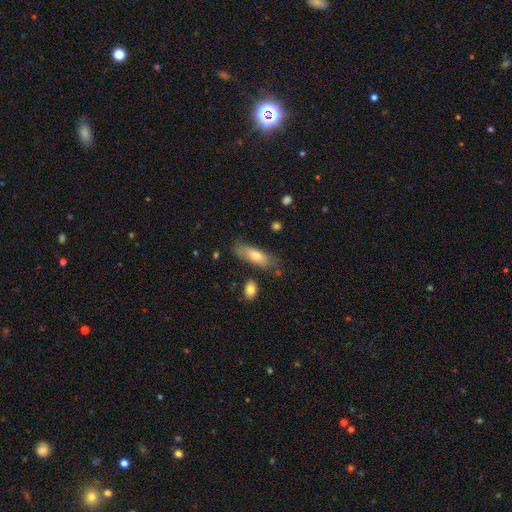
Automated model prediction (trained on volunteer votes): The model was most divided on "how rounded": in between: 60%, cigar-shaped: 38%, round: 2%. More confident: smooth or featured — smooth (70%); merging — none (66%).